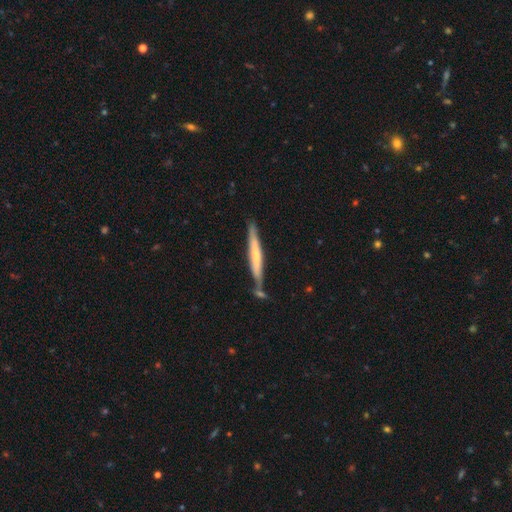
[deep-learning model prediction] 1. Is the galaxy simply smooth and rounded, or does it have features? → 49% smooth, 45% featured or disk, 5% star or artifact.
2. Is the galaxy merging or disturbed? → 68% none, 15% minor disturbance, 14% merger, 3% major disturbance.